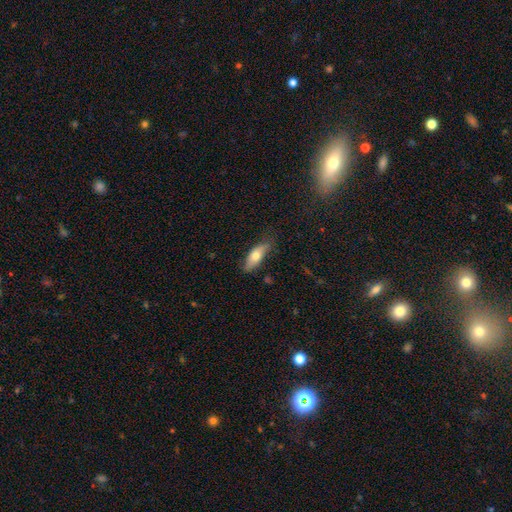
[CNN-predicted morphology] smooth 68%, featured or disk 25%, star or artifact 6%. Down the decision tree: how rounded — in between (72%); merging — none (70%).